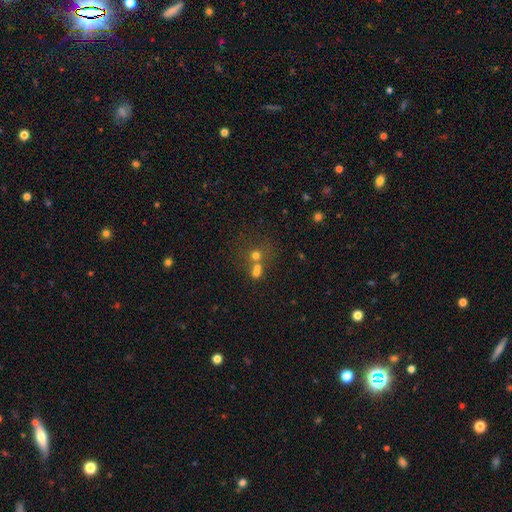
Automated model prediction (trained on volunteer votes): A smooth galaxy with no disk features (53%) that is round (81%).

Vote fractions:
- Smooth or featured? smooth: 53% / star or artifact: 31% / featured or disk: 16%
- How rounded? round: 81% / in between: 17% / cigar-shaped: 1%
- Merging? merger: 45% / none: 44% / minor disturbance: 7% / major disturbance: 4%